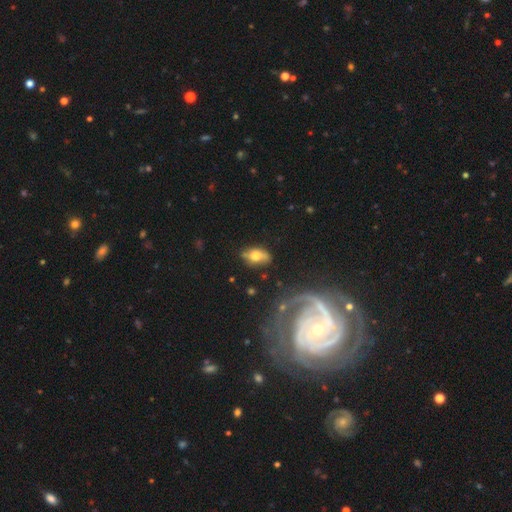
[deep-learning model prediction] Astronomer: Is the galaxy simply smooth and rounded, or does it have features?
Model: smooth — 52% (runner-up: featured or disk, 38%).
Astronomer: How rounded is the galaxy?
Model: in between — 83%.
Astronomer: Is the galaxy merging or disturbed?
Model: none — 65%.